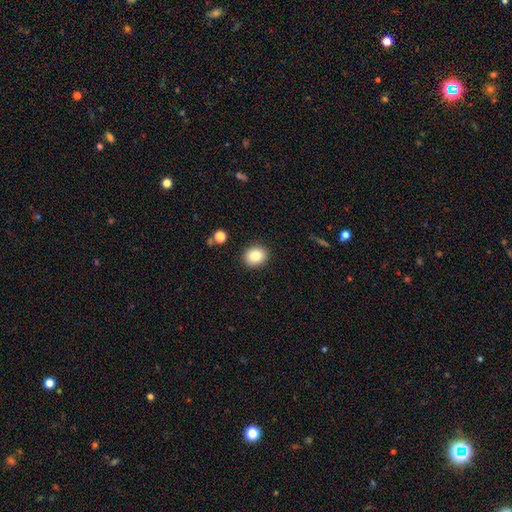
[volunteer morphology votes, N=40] type=smooth (90%); roundness=round (61%); merging=none (97%).